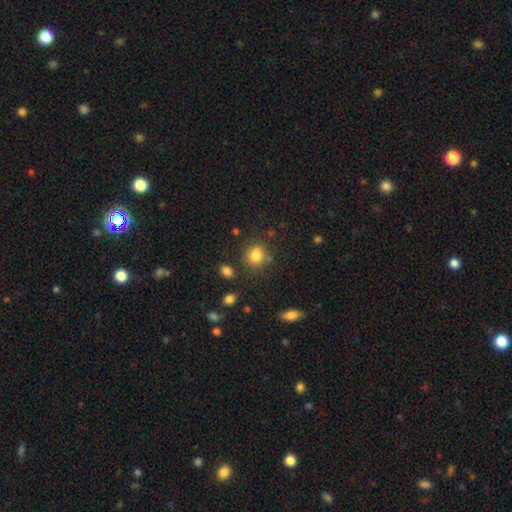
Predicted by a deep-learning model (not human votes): A smooth galaxy with no disk features (81%) that is round (78%).

Vote fractions:
- Smooth or featured? smooth: 81% / star or artifact: 12% / featured or disk: 7%
- How rounded? round: 78% / in between: 21% / cigar-shaped: 1%
- Merging? none: 73% / minor disturbance: 14% / merger: 9% / major disturbance: 4%